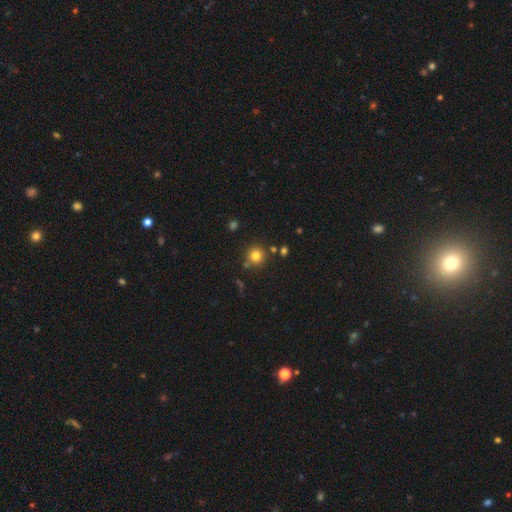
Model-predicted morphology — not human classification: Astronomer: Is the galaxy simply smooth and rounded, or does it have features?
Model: smooth — 80%.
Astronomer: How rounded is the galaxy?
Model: round — 94%.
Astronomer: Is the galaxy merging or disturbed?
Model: none — 82%.